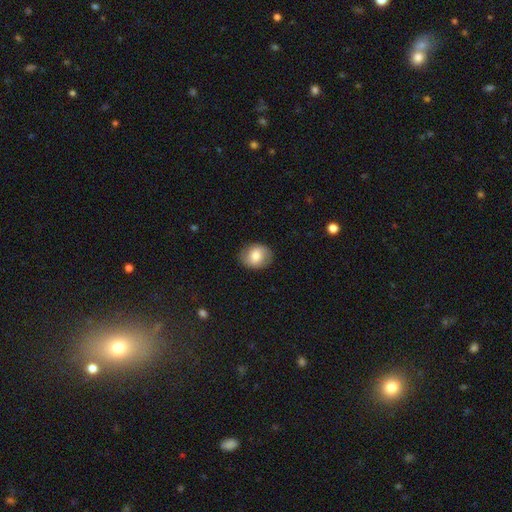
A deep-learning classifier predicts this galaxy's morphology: Overall: smooth (76%). How rounded: round (57%; in between 42%). Merging: none (85%).